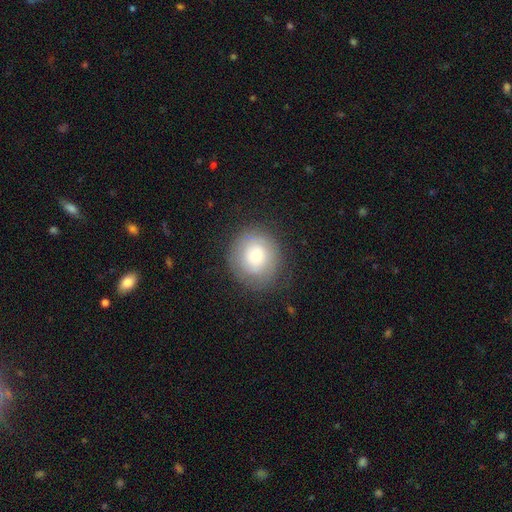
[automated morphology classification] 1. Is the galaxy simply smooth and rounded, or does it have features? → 61% smooth, 29% featured or disk, 9% star or artifact.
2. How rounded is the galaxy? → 88% round, 11% in between, 1% cigar-shaped.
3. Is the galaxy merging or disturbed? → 78% none, 14% minor disturbance, 7% major disturbance, 1% merger.